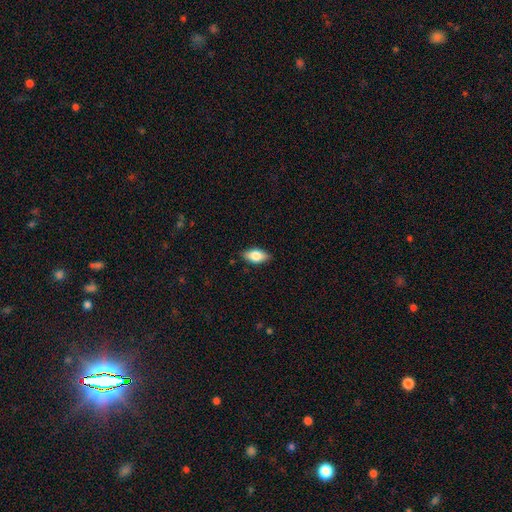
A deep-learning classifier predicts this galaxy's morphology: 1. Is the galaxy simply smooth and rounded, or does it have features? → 75% smooth, 18% featured or disk, 7% star or artifact.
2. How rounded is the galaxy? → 88% in between, 7% cigar-shaped, 5% round.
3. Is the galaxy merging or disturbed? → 85% none, 11% minor disturbance, 2% major disturbance, 1% merger.